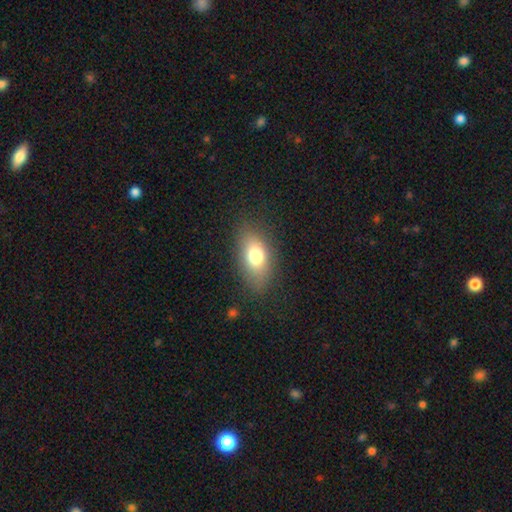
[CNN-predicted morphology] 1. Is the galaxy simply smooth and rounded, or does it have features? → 73% smooth, 16% featured or disk, 11% star or artifact.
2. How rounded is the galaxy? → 85% in between, 11% round, 4% cigar-shaped.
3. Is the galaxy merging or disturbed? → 81% none, 12% minor disturbance, 5% major disturbance, 1% merger.